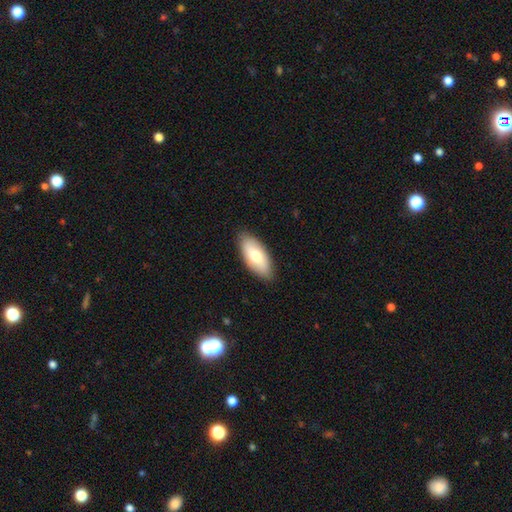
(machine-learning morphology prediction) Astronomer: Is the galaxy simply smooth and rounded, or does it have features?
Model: smooth — 70%.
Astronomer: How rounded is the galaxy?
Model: in between — 89%.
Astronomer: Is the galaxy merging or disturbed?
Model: none — 87%.